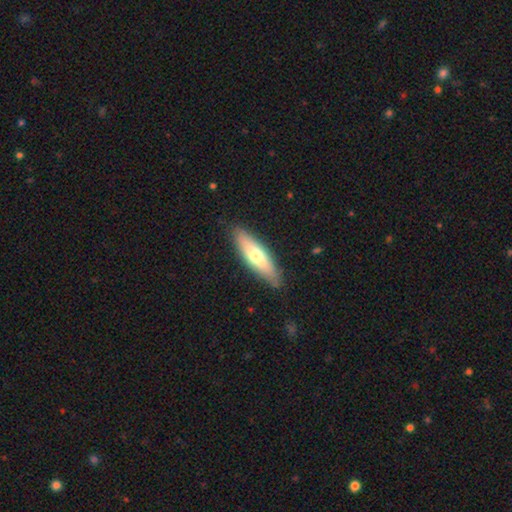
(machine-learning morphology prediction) Q: Smooth or featured?
A: smooth (62%); runner-up: featured or disk (33%)
Q: How rounded?
A: cigar-shaped (57%); runner-up: in between (41%)
Q: Merging?
A: none (85%); runner-up: minor disturbance (11%)